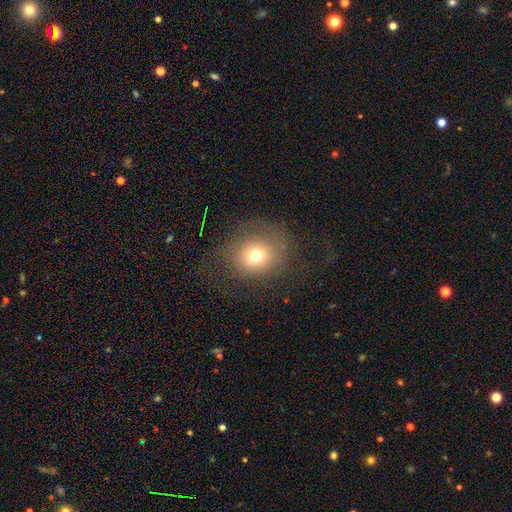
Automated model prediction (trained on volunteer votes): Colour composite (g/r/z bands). It shows a smooth galaxy with no disk features (69%) that is round (80%). Merging: none (69%).